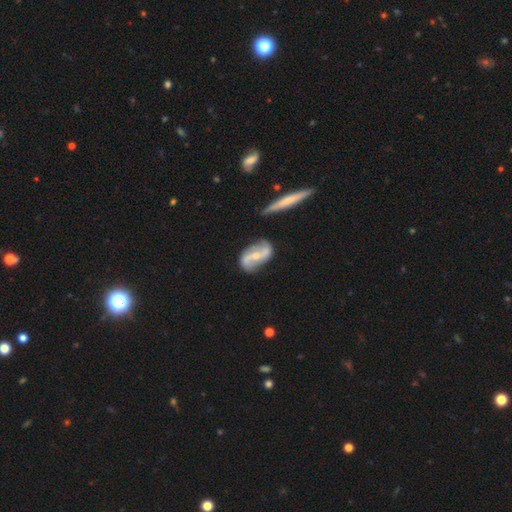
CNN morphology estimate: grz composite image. It shows a featured or disk galaxy (82%) with a strong bar (40%), 2 (92%) loose (68%) spiral arms (92%) and a small central bulge (59%). Merging: none (76%).